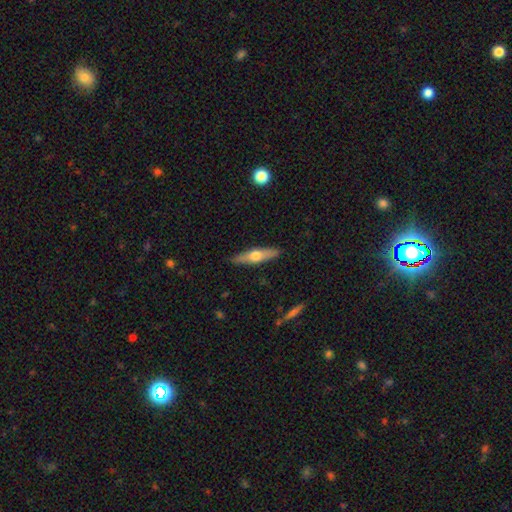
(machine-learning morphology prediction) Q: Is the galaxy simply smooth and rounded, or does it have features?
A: featured or disk — 54%.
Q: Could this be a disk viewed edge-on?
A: yes — 92%.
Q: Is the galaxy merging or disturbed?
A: none — 89%.